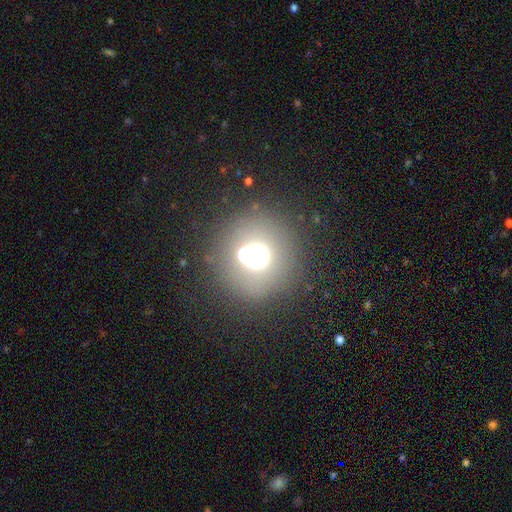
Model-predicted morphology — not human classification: A smooth galaxy with no disk features (59%) that is round (93%).

Vote fractions:
- Smooth or featured? smooth: 59% / star or artifact: 22% / featured or disk: 18%
- How rounded? round: 93% / in between: 6% / cigar-shaped: 1%
- Merging? none: 68% / merger: 17% / minor disturbance: 9% / major disturbance: 6%